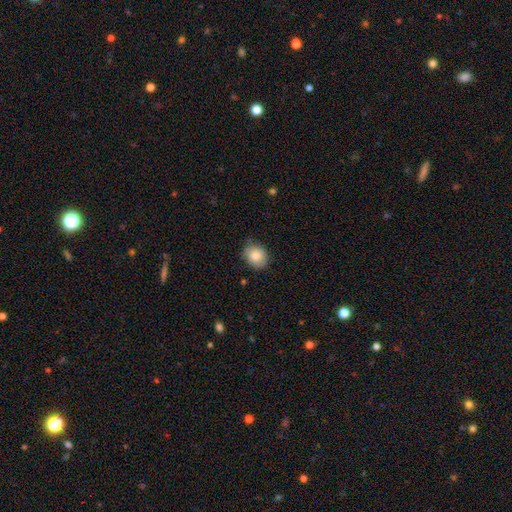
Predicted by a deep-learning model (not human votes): Smooth or featured? smooth (84%)
How rounded? round (57%)
Merging? none (75%)